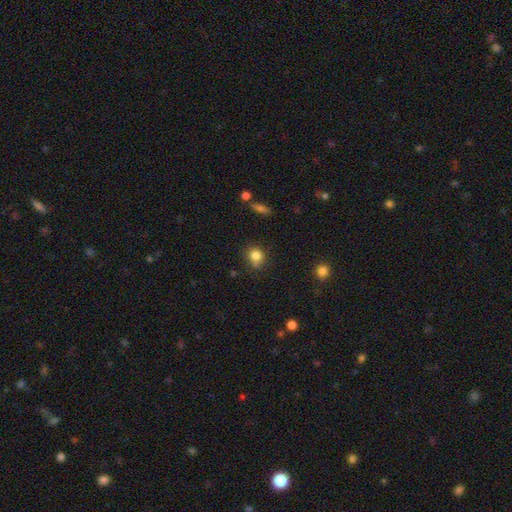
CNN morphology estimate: Smooth or featured: smooth — 82% (star or artifact — 11%)
How rounded: round — 73% (in between — 26%)
Merging: none — 64% (minor disturbance — 23%)